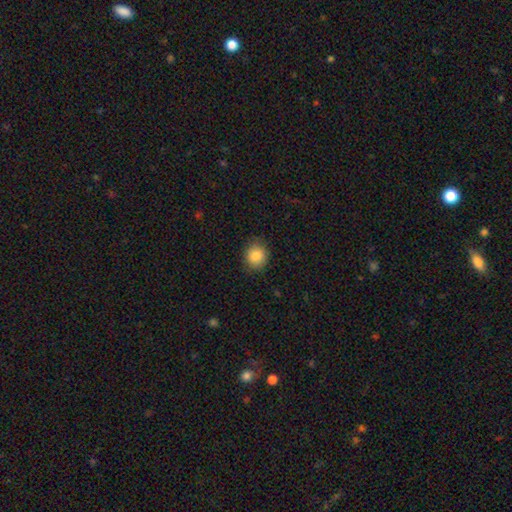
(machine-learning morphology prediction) This is clearly a smooth galaxy (87%). How rounded: clearly round (80%). Merging: clearly none (85%).